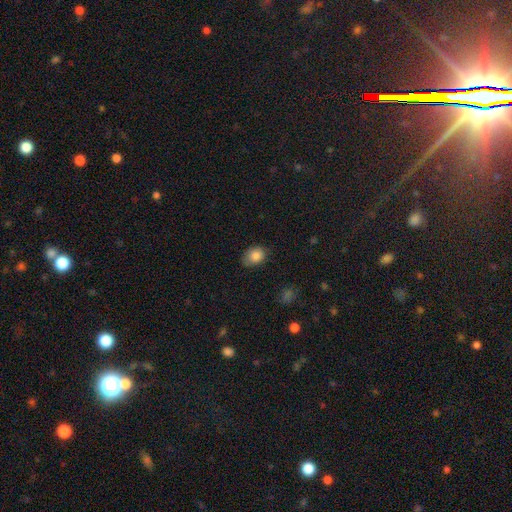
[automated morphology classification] Smooth or featured? Predicted: smooth (p=0.85). How rounded? Predicted: in between (p=0.70). Merging? Predicted: none (p=0.70).